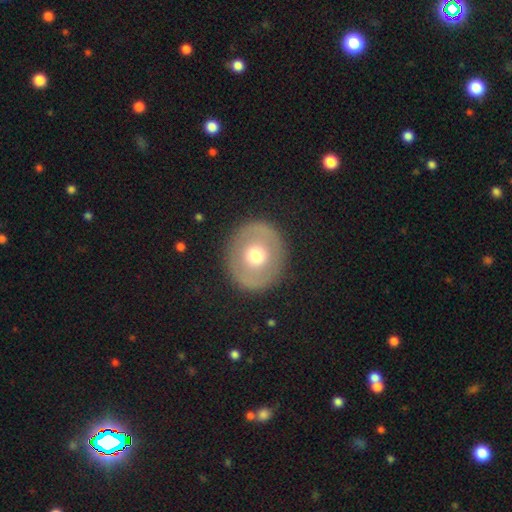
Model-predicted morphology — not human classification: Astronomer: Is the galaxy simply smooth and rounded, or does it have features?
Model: smooth — 52% (runner-up: featured or disk, 41%).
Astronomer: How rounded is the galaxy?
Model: round — 84%.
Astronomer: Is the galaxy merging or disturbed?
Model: none — 88%.